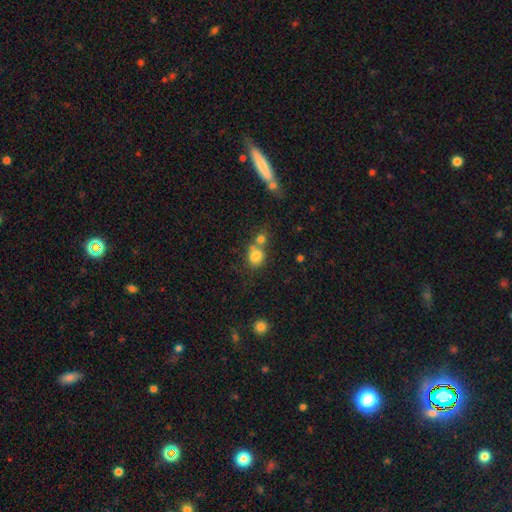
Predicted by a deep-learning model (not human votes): smooth-or-featured: smooth: 78% | star or artifact: 12% | featured or disk: 10%
  how-rounded: round: 61% | in between: 37% | cigar-shaped: 1%
  merging: merger: 47% | none: 36% | minor disturbance: 11% | major disturbance: 6%